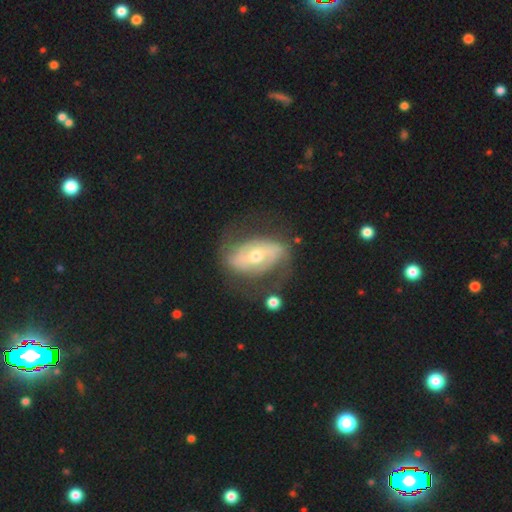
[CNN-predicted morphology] This is likely a featured or disk galaxy (79%). It is clearly not viewed edge-on (95%). Bar: marginally strong (35%). Spiral arm pattern: clearly yes (85%). Spiral arm count: clearly 2 (82%). Spiral winding: marginally medium (41%). Central bulge: possibly moderate (56%). Merging: likely none (63%).